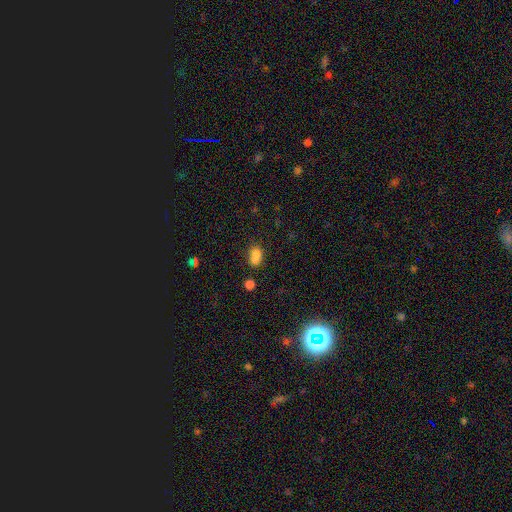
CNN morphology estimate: Smooth or featured: smooth — 75% (featured or disk — 12%)
How rounded: in between — 64% (round — 34%)
Merging: merger — 48% (none — 33%)